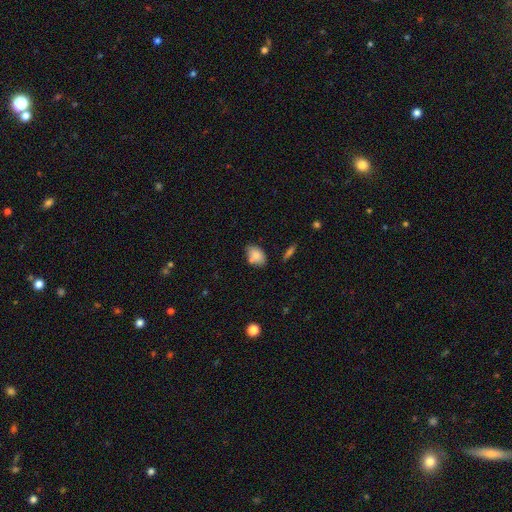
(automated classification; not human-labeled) Morphology: type=smooth (81%); roundness=in between (84%); merging=none (66%).